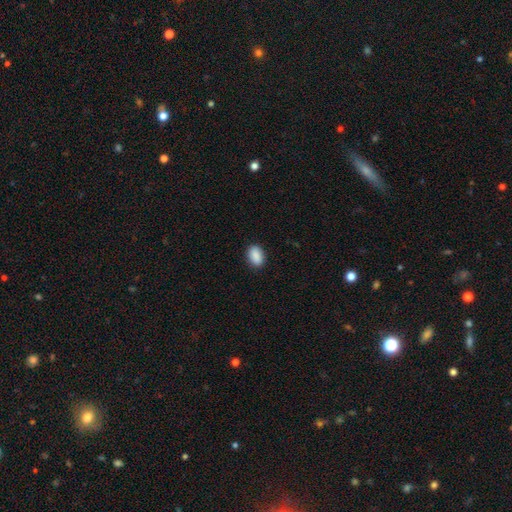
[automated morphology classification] Smooth or featured? smooth (90%)
How rounded? in between (88%)
Merging? none (88%)